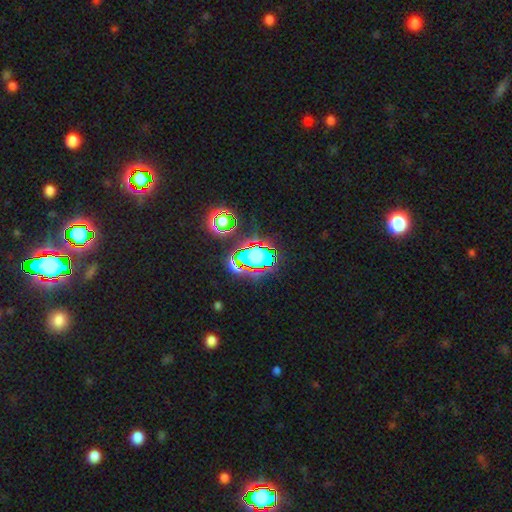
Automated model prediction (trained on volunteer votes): Smooth or featured? Predicted: star or artifact (p=0.58).